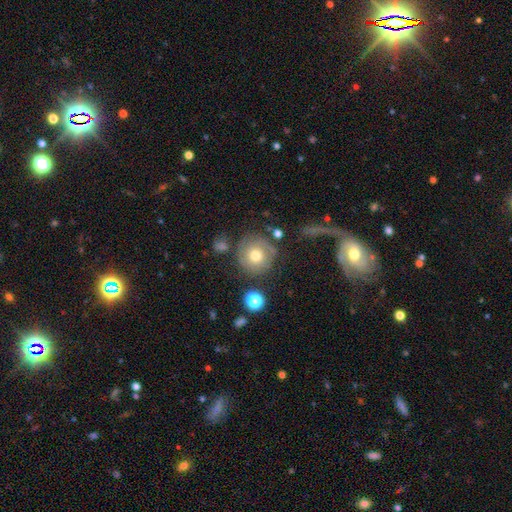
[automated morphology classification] Smooth or featured?
  - smooth: 63% *
  - featured or disk: 26%
  - star or artifact: 10%
How rounded?
  - round: 93% *
  - in between: 6%
  - cigar-shaped: 1%
Merging?
  - none: 72% *
  - minor disturbance: 16%
  - major disturbance: 7%
  - merger: 5%